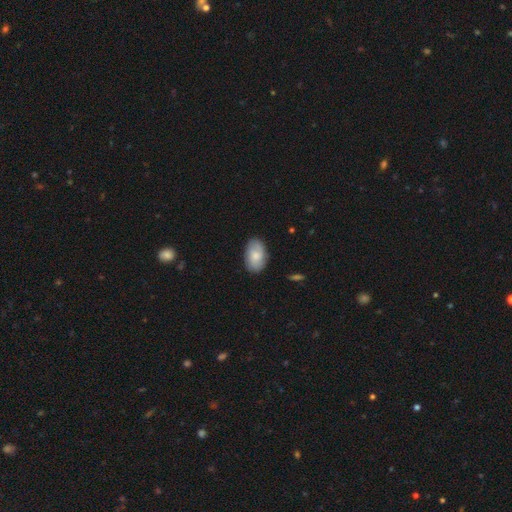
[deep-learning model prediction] smooth 73%, featured or disk 21%, star or artifact 6%. Down the decision tree: how rounded — in between (92%); merging — none (82%).